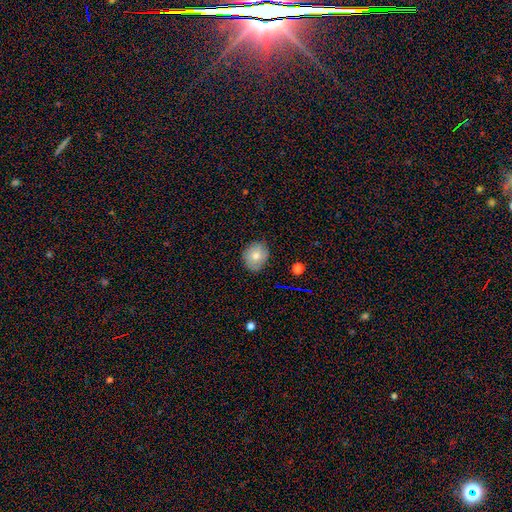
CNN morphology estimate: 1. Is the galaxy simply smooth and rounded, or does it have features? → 73% smooth, 18% featured or disk, 9% star or artifact.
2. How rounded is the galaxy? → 67% round, 32% in between, 1% cigar-shaped.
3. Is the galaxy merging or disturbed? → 80% none, 16% minor disturbance, 3% major disturbance, 1% merger.